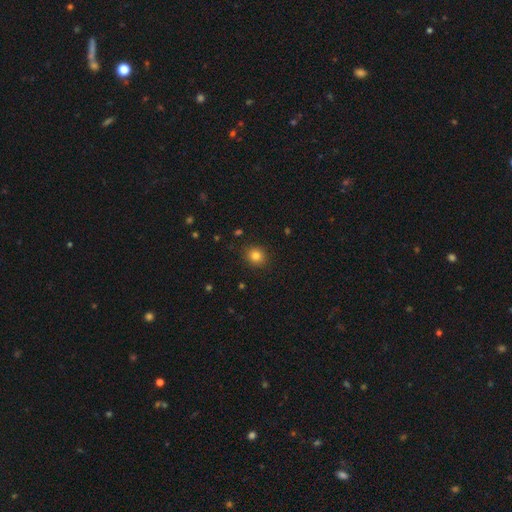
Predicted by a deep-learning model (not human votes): Q: Smooth or featured?
A: smooth (82%); runner-up: star or artifact (12%)
Q: How rounded?
A: round (77%); runner-up: in between (22%)
Q: Merging?
A: none (90%); runner-up: minor disturbance (7%)